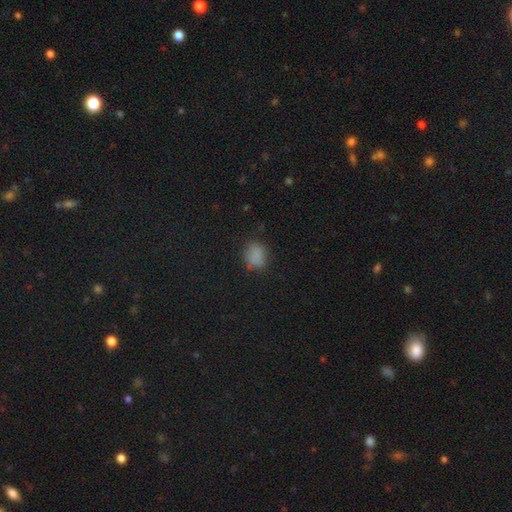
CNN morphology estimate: Smooth or featured? Predicted: smooth (p=0.77). How rounded? Predicted: round (p=0.50). Merging? Predicted: none (p=0.68).